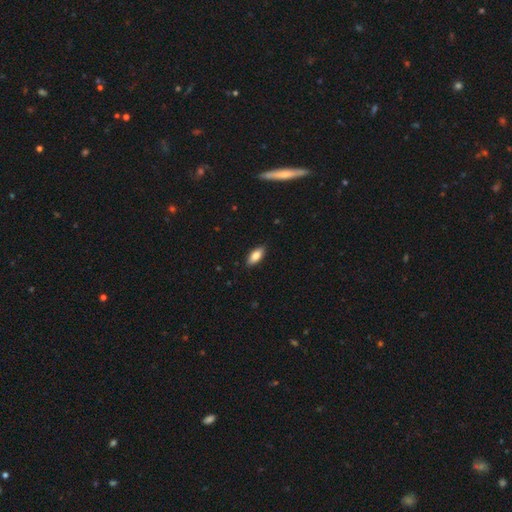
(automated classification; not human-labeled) Smooth or featured? smooth (82%)
How rounded? in between (86%)
Merging? none (88%)